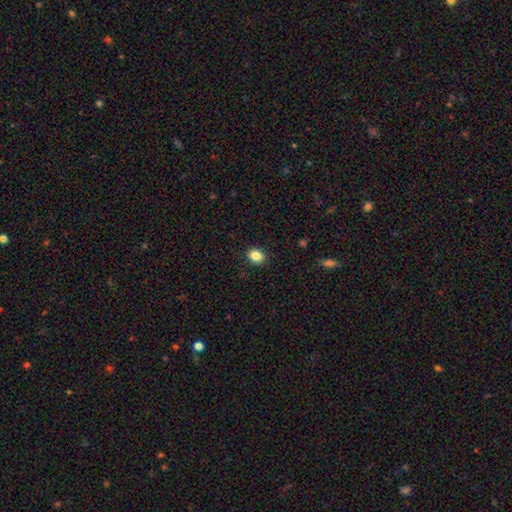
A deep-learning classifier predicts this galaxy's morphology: smooth_or_featured: smooth (p=0.86) [alt: star or artifact p=0.09]
how_rounded: in between (p=0.65) [alt: round p=0.33]
merging: none (p=0.90) [alt: minor disturbance p=0.07]